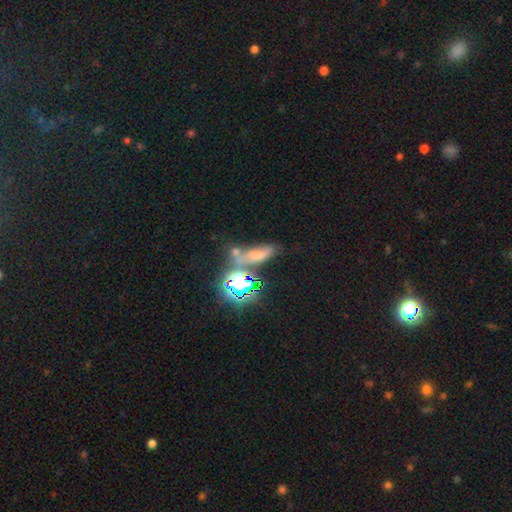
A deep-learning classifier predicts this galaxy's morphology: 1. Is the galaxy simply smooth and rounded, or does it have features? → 46% star or artifact, 34% smooth, 20% featured or disk.